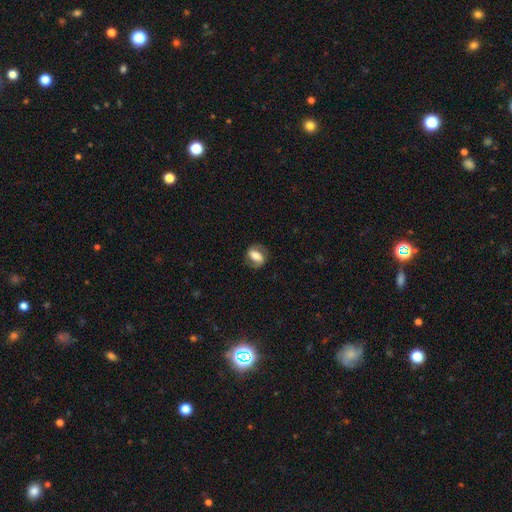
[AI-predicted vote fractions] A featured or disk galaxy (49%).

Vote fractions:
- Smooth or featured? featured or disk: 49% / smooth: 43% / star or artifact: 8%
- Merging? none: 75% / minor disturbance: 17% / major disturbance: 8% / merger: 1%